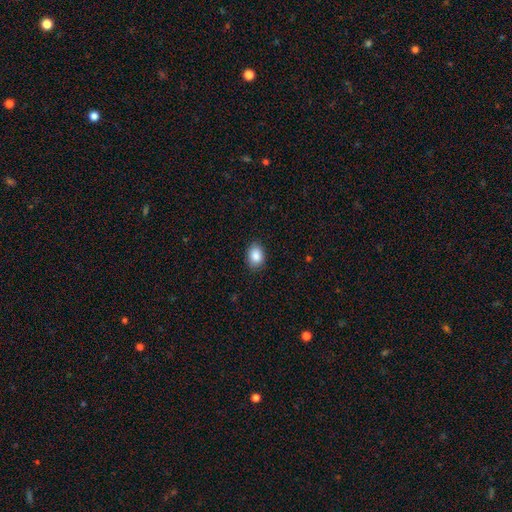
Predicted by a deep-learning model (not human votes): Smooth or featured? smooth (88%)
How rounded? in between (73%)
Merging? none (87%)